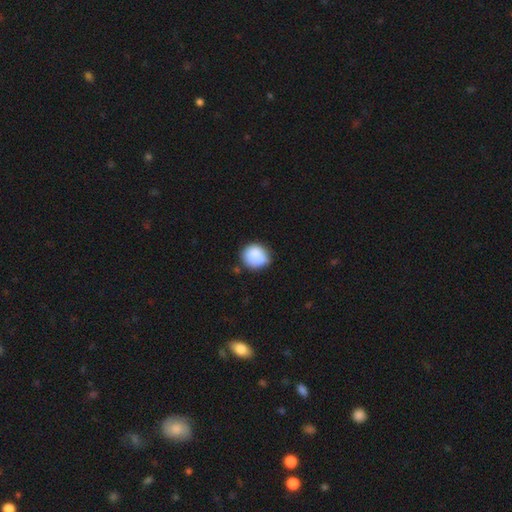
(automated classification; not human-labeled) The model was most divided on "merging": none: 68%, minor disturbance: 21%, merger: 6%, major disturbance: 5%. More confident: smooth or featured — smooth (83%); how rounded — round (79%).